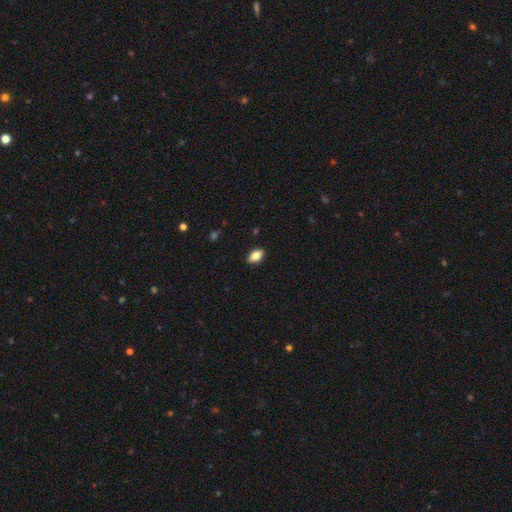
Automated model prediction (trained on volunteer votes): Smooth or featured? Predicted: smooth (p=0.80). How rounded? Predicted: in between (p=0.90). Merging? Predicted: none (p=0.88).